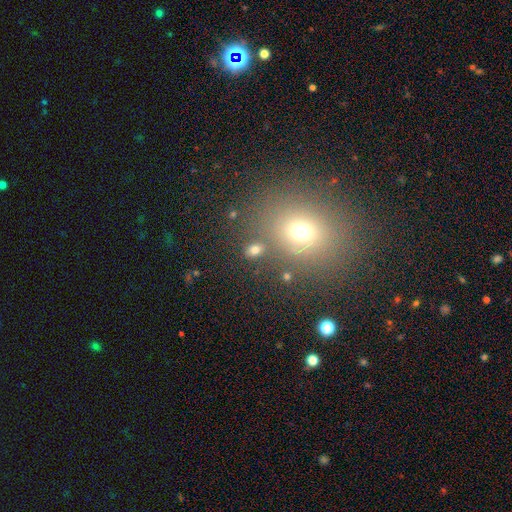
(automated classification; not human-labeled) Overall: smooth (59%; star or artifact 32%). How rounded: round (62%; in between 36%). Merging: none (85%).